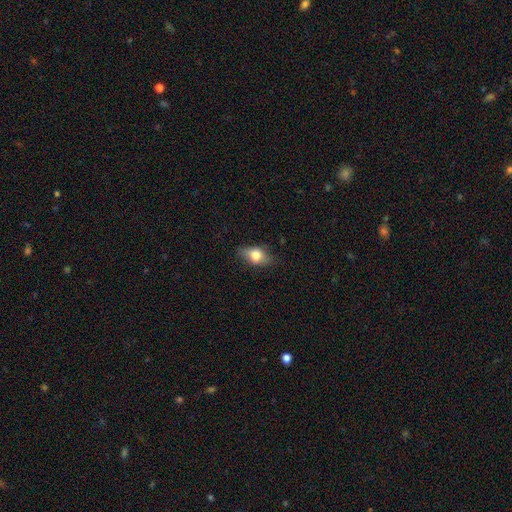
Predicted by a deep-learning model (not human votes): smooth-or-featured: smooth: 67% | featured or disk: 25% | star or artifact: 9%
  how-rounded: in between: 77% | round: 16% | cigar-shaped: 7%
  merging: none: 76% | minor disturbance: 18% | major disturbance: 4% | merger: 1%